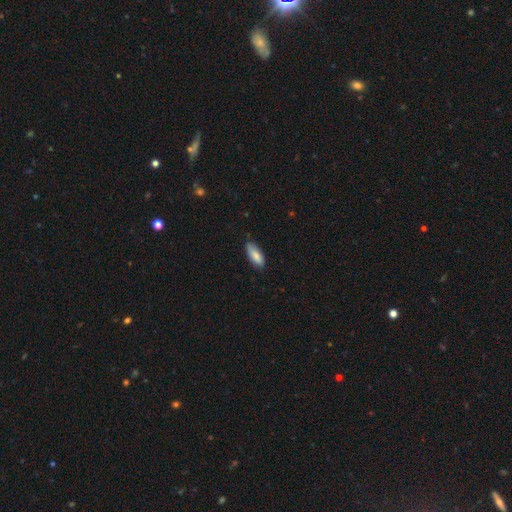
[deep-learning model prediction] Smooth or featured? Predicted: smooth (p=0.81). How rounded? Predicted: in between (p=0.77). Merging? Predicted: none (p=0.77).